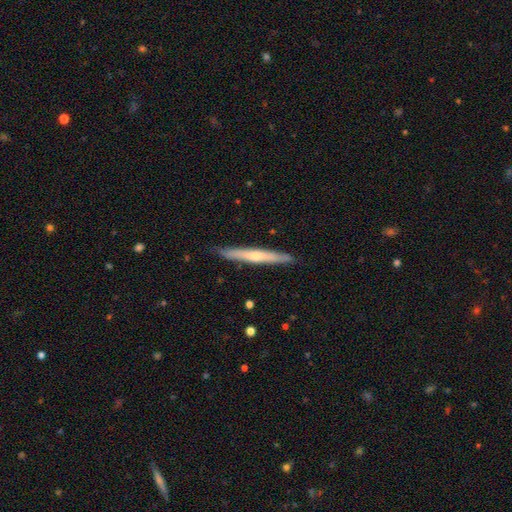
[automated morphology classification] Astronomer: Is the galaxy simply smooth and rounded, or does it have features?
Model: featured or disk — 49% (runner-up: smooth, 45%).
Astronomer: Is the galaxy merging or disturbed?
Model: none — 89%.